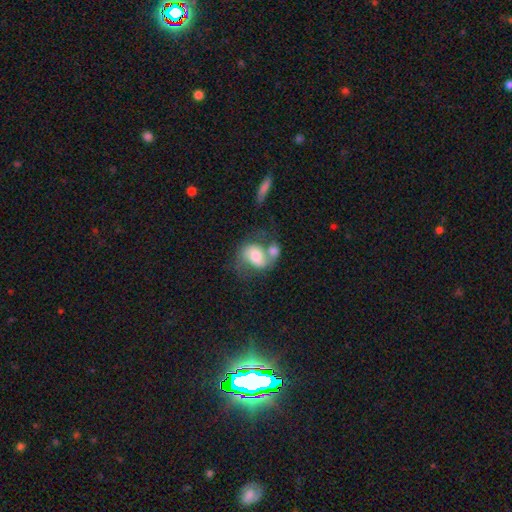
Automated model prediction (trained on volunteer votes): Morphology: type=featured or disk (49%); merging=merger (52%).